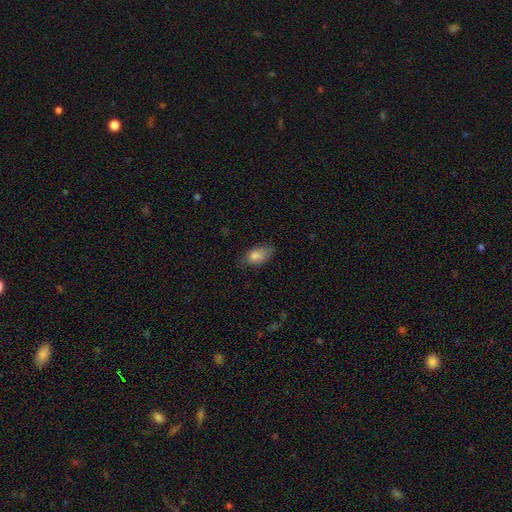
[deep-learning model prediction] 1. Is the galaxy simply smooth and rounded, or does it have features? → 81% smooth, 11% featured or disk, 8% star or artifact.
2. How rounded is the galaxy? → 89% in between, 5% round, 5% cigar-shaped.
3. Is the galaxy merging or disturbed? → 72% none, 22% minor disturbance, 5% major disturbance, 1% merger.